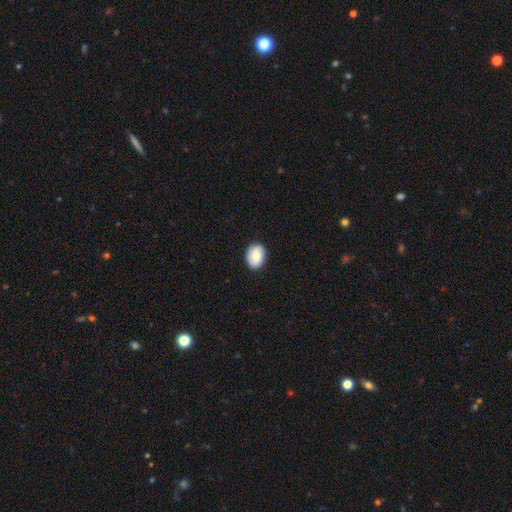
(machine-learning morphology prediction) Smooth or featured?
  - smooth: 75% *
  - featured or disk: 18%
  - star or artifact: 7%
How rounded?
  - in between: 66% *
  - round: 33%
  - cigar-shaped: 1%
Merging?
  - none: 88% *
  - minor disturbance: 9%
  - major disturbance: 2%
  - merger: 1%